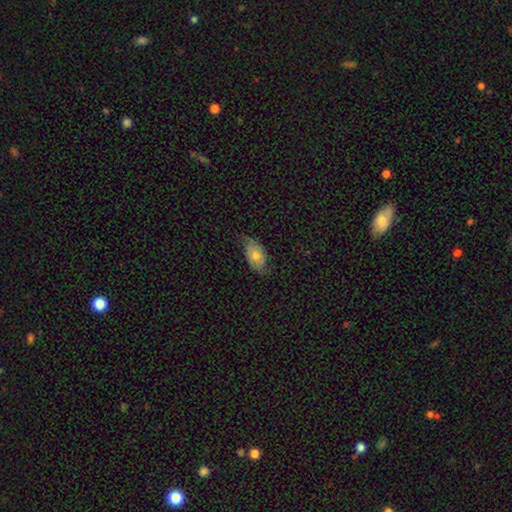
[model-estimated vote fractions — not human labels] Smooth or featured? Predicted: smooth (p=0.56). How rounded? Predicted: in between (p=0.92). Merging? Predicted: none (p=0.63).